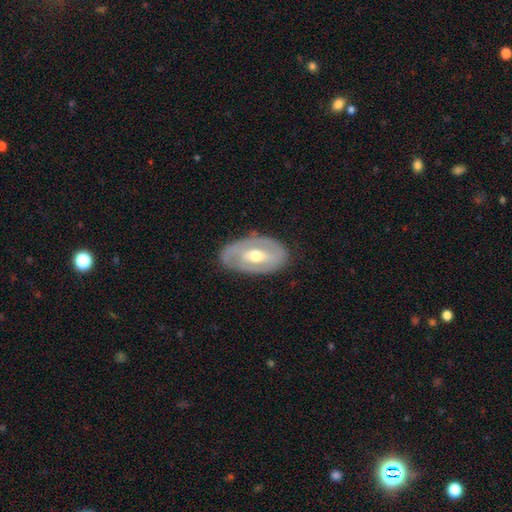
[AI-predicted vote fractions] A featured or disk galaxy (69%) with a weak bar (40%), spiral arms (57%) and a moderate central bulge (70%).

Vote fractions:
- Smooth or featured? featured or disk: 69% / smooth: 26% / star or artifact: 5%
- Edge-on disk? no: 92% / yes: 8%
- Bar? weak: 40% / no: 34% / strong: 27%
- Spiral arms? yes: 57% / no: 43%
- Bulge size? moderate: 70% / small: 23% / large: 5% / none: 1% / dominant: 1%
- Merging? none: 74% / minor disturbance: 19% / major disturbance: 6% / merger: 1%